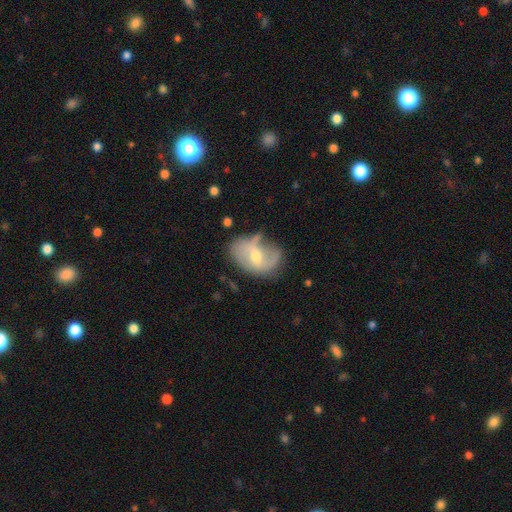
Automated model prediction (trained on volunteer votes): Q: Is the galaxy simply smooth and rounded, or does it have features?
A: featured or disk — 64%.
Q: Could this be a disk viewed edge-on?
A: no — 95%.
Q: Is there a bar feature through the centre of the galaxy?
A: weak — 49%.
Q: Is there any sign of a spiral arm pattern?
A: yes — 74%.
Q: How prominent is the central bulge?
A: moderate — 60%.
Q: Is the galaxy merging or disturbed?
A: none — 52%.